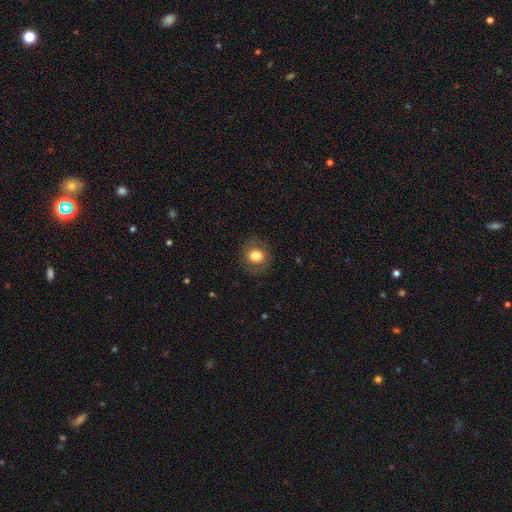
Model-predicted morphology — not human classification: smooth-or-featured: smooth: 74% | featured or disk: 17% | star or artifact: 9%
  how-rounded: round: 78% | in between: 21% | cigar-shaped: 1%
  merging: none: 84% | minor disturbance: 10% | major disturbance: 5% | merger: 1%